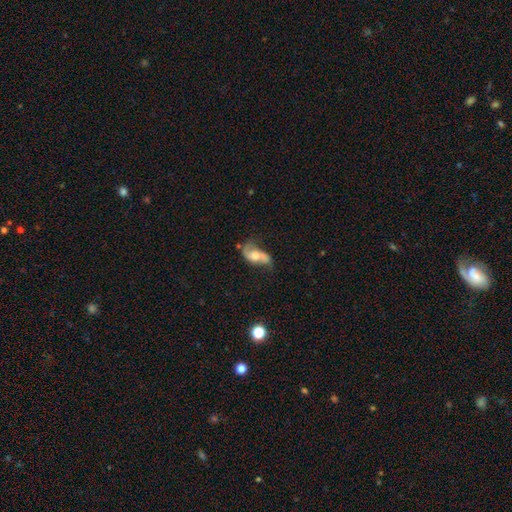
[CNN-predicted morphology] smooth-or-featured: featured or disk: 65% | smooth: 27% | star or artifact: 8%
  disk-edge-on: no: 94% | yes: 6%
    bar: no: 63% | weak: 29% | strong: 8%
    has-spiral-arms: yes: 85% | no: 15%
      spiral-winding: loose: 64% | medium: 28% | tight: 8%
      spiral-arm-count: 2: 84% | 1: 7% | can't tell: 6% | 3: 1% | 4: 1% | more than 4: 1%
    bulge-size: moderate: 49% | small: 23% | large: 17% | none: 9% | dominant: 2%
  merging: none: 41% | minor disturbance: 26% | major disturbance: 23% | merger: 10%